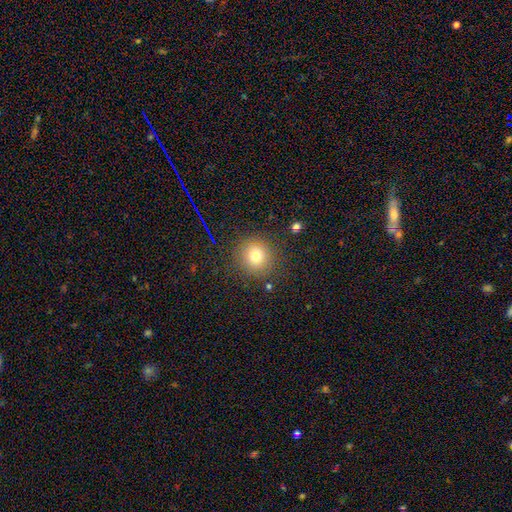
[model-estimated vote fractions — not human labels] A smooth galaxy with no disk features (74%) that is round (92%).

Vote fractions:
- Smooth or featured? smooth: 74% / star or artifact: 16% / featured or disk: 10%
- How rounded? round: 92% / in between: 7% / cigar-shaped: 1%
- Merging? none: 86% / minor disturbance: 9% / major disturbance: 4% / merger: 2%